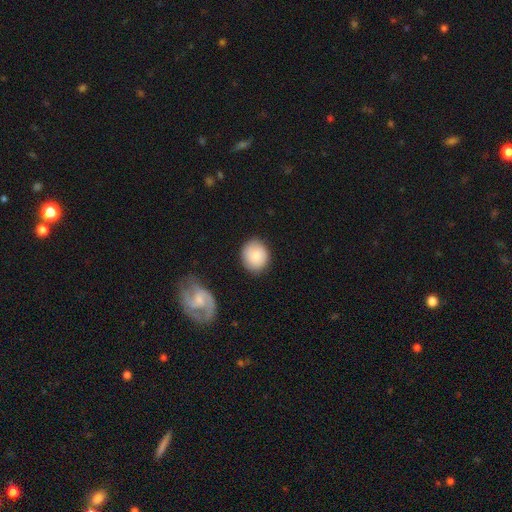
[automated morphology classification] A smooth galaxy with no disk features (82%) that is round (75%).

Vote fractions:
- Smooth or featured? smooth: 82% / featured or disk: 12% / star or artifact: 7%
- How rounded? round: 75% / in between: 23% / cigar-shaped: 1%
- Merging? none: 84% / minor disturbance: 11% / major disturbance: 3% / merger: 3%